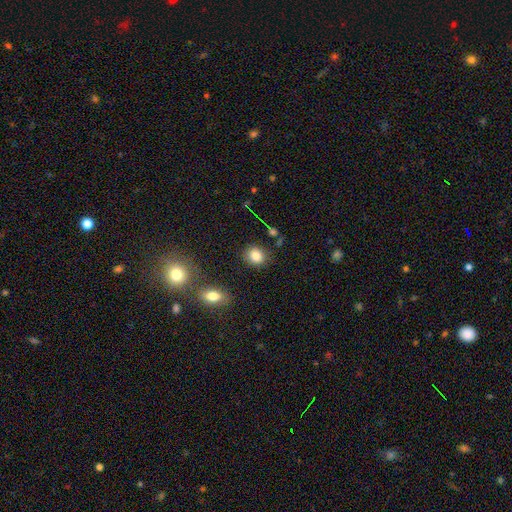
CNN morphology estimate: The model was most divided on "how rounded": round: 66%, in between: 33%, cigar-shaped: 1%. More confident: smooth or featured — smooth (83%); merging — none (83%).